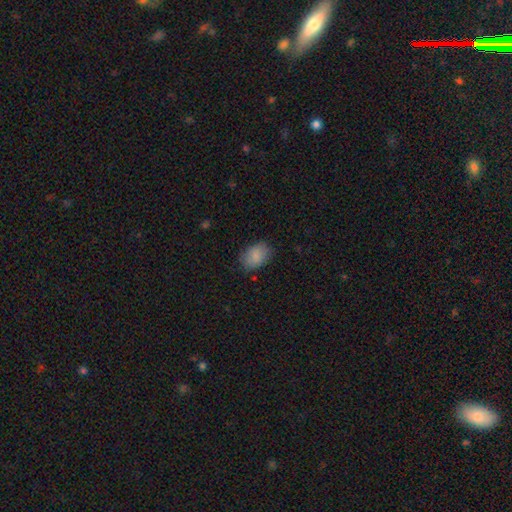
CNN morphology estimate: This is clearly a smooth galaxy (87%). How rounded: clearly in between (81%). Merging: likely none (79%).